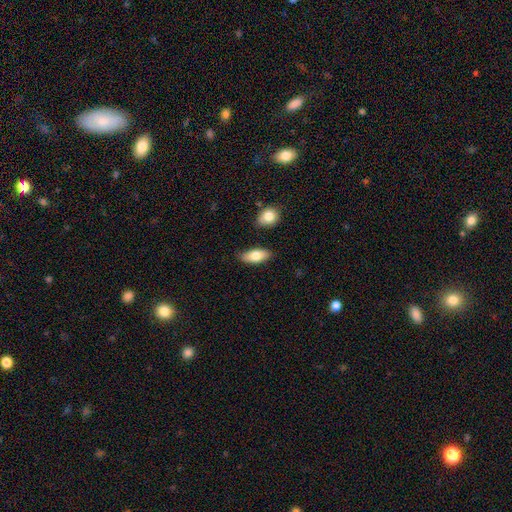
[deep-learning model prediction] A smooth galaxy with no disk features (77%) that is in between round and cigar-shaped (86%).

Vote fractions:
- Smooth or featured? smooth: 77% / featured or disk: 16% / star or artifact: 7%
- How rounded? in between: 86% / cigar-shaped: 11% / round: 3%
- Merging? none: 81% / minor disturbance: 13% / merger: 4% / major disturbance: 2%